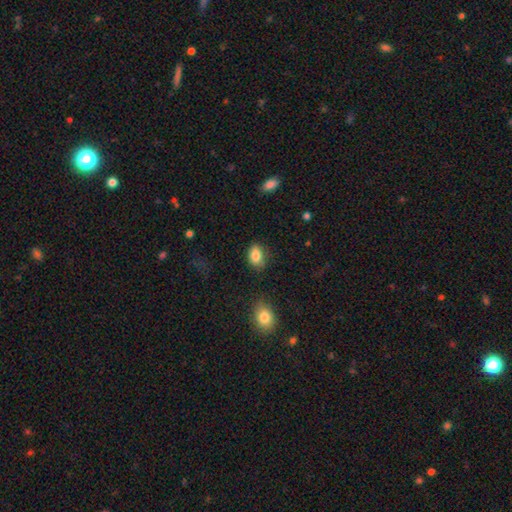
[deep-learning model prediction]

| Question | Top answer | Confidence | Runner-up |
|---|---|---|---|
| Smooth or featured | smooth | 84% | star or artifact (8%) |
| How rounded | in between | 82% | round (17%) |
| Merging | none | 80% | minor disturbance (15%) |